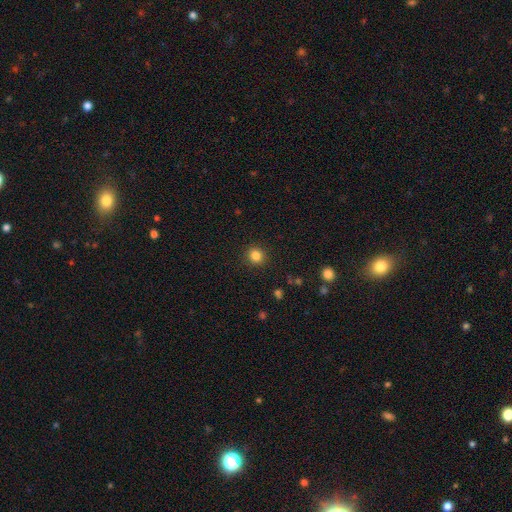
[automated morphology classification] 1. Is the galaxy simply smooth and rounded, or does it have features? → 83% smooth, 12% star or artifact, 5% featured or disk.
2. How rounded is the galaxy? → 89% round, 10% in between, 1% cigar-shaped.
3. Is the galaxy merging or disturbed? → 91% none, 6% minor disturbance, 2% major disturbance, 1% merger.